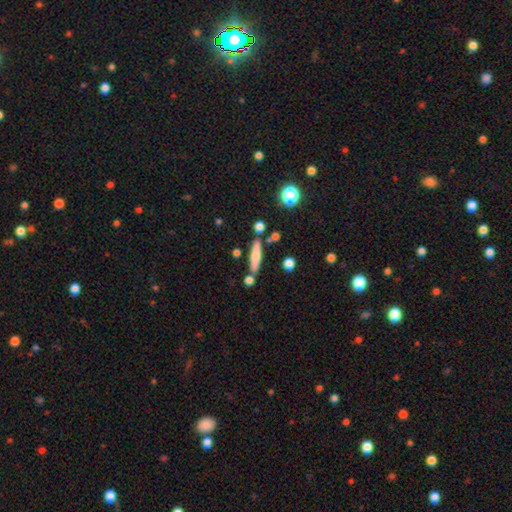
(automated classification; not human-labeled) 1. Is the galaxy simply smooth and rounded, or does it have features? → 63% smooth, 29% featured or disk, 7% star or artifact.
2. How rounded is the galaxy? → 82% cigar-shaped, 16% in between, 3% round.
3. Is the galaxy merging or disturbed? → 77% none, 11% minor disturbance, 9% merger, 3% major disturbance.